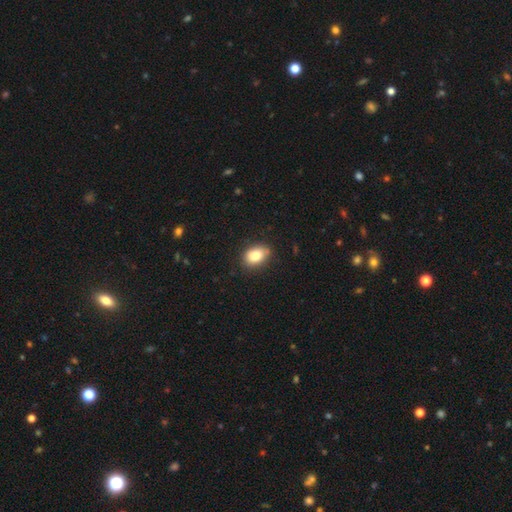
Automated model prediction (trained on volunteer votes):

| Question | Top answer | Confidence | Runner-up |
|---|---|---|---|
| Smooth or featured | smooth | 83% | featured or disk (9%) |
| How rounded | in between | 80% | round (19%) |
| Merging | none | 80% | minor disturbance (16%) |